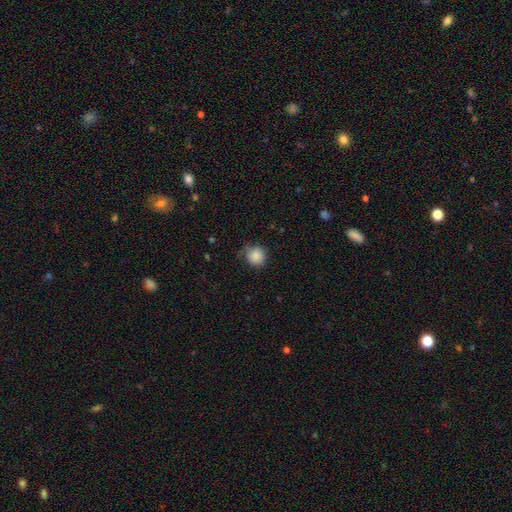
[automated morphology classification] smooth 87%, star or artifact 9%, featured or disk 4%. Down the decision tree: how rounded — round (91%); merging — none (74%).